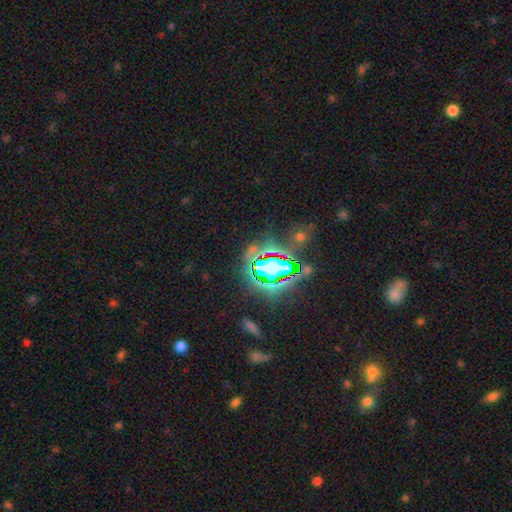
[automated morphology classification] Smooth or featured: star or artifact — 74% (smooth — 14%)